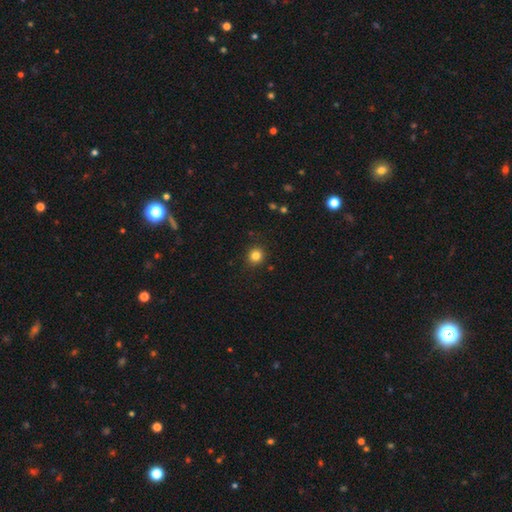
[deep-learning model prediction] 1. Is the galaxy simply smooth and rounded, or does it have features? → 83% smooth, 12% star or artifact, 5% featured or disk.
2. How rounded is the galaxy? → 89% round, 10% in between, 1% cigar-shaped.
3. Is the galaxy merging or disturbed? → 90% none, 7% minor disturbance, 2% major disturbance, 1% merger.